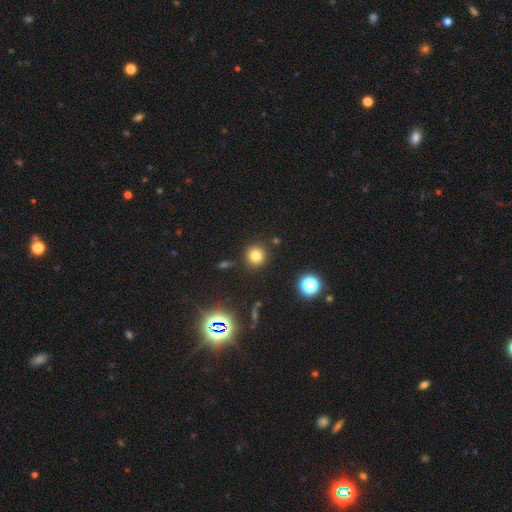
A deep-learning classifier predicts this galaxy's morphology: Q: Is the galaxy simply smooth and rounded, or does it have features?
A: smooth — 76%.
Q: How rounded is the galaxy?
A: round — 93%.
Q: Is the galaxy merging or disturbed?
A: none — 88%.